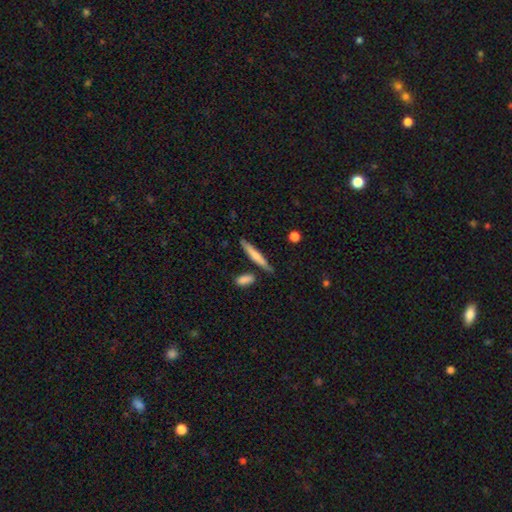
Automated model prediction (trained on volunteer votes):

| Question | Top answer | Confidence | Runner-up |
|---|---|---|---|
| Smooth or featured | smooth | 67% | featured or disk (27%) |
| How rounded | cigar-shaped | 92% | in between (6%) |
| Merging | none | 77% | minor disturbance (13%) |